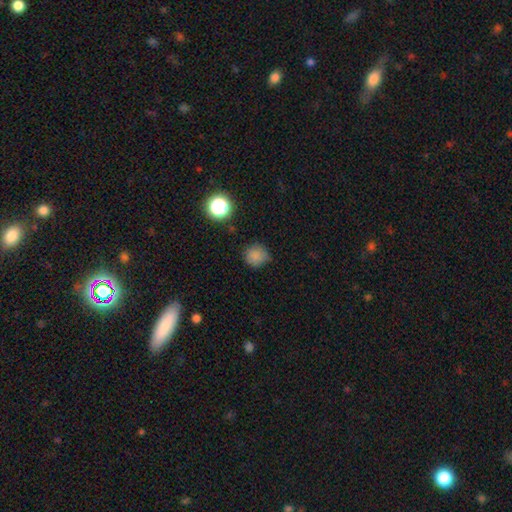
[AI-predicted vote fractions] This is likely a smooth galaxy (79%). How rounded: clearly round (88%). Merging: likely none (75%).